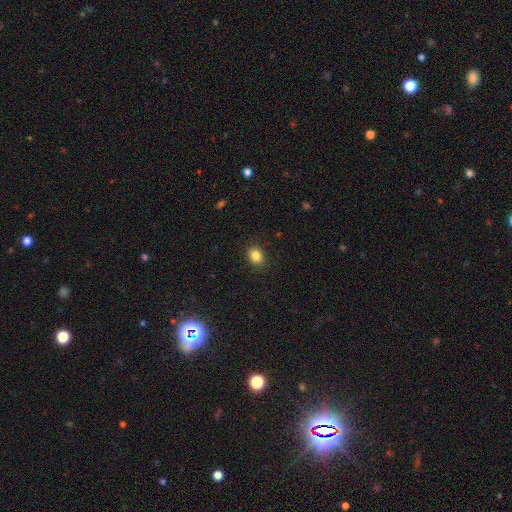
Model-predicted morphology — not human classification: A smooth galaxy with no disk features (84%) that is round (53%).

Vote fractions:
- Smooth or featured? smooth: 84% / star or artifact: 11% / featured or disk: 5%
- How rounded? round: 53% / in between: 47% / cigar-shaped: 1%
- Merging? none: 89% / minor disturbance: 8% / major disturbance: 2% / merger: 1%